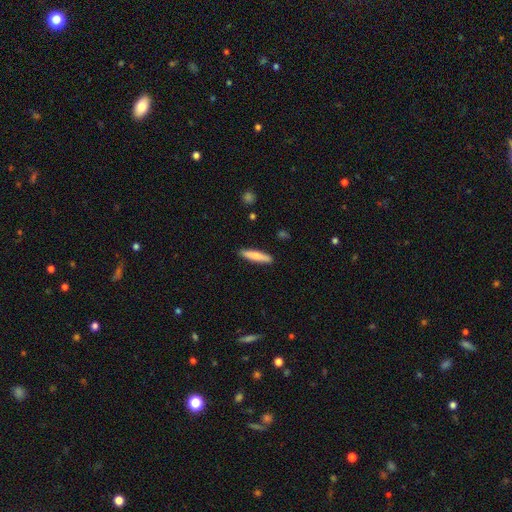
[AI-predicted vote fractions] Smooth or featured?
  - smooth: 79% *
  - featured or disk: 15%
  - star or artifact: 6%
How rounded?
  - cigar-shaped: 86% *
  - in between: 12%
  - round: 1%
Merging?
  - none: 89% *
  - minor disturbance: 8%
  - major disturbance: 2%
  - merger: 1%